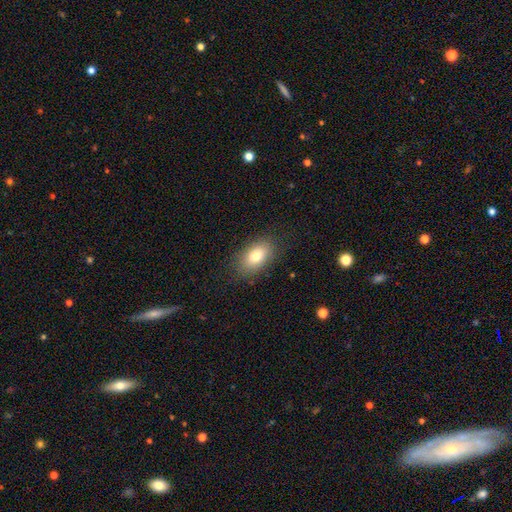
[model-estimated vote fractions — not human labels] A smooth galaxy with no disk features (79%) that is in between round and cigar-shaped (89%).

Vote fractions:
- Smooth or featured? smooth: 79% / featured or disk: 13% / star or artifact: 9%
- How rounded? in between: 89% / round: 9% / cigar-shaped: 2%
- Merging? none: 85% / minor disturbance: 11% / major disturbance: 3% / merger: 1%